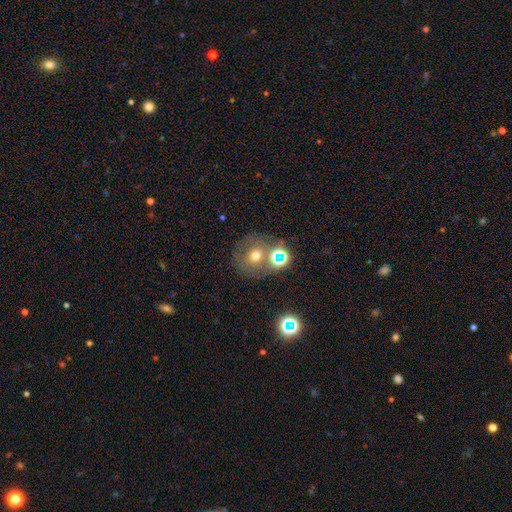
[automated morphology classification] A smooth galaxy with no disk features (57%) that is round (81%).

Vote fractions:
- Smooth or featured? smooth: 57% / star or artifact: 22% / featured or disk: 20%
- How rounded? round: 81% / in between: 18% / cigar-shaped: 1%
- Merging? none: 59% / merger: 22% / minor disturbance: 12% / major disturbance: 7%